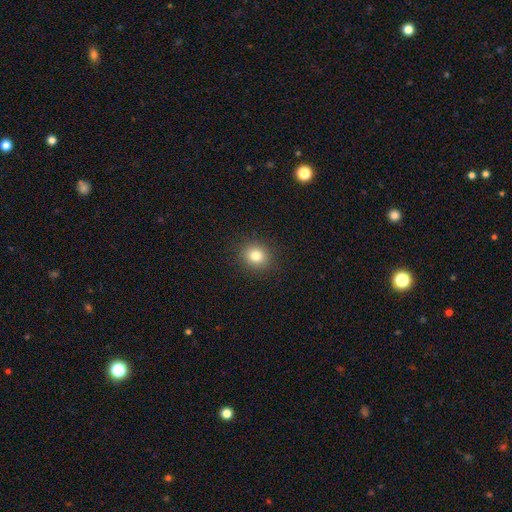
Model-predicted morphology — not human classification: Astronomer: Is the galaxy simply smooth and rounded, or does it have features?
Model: smooth — 80%.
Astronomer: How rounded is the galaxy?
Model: round — 80%.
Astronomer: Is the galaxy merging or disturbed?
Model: none — 90%.